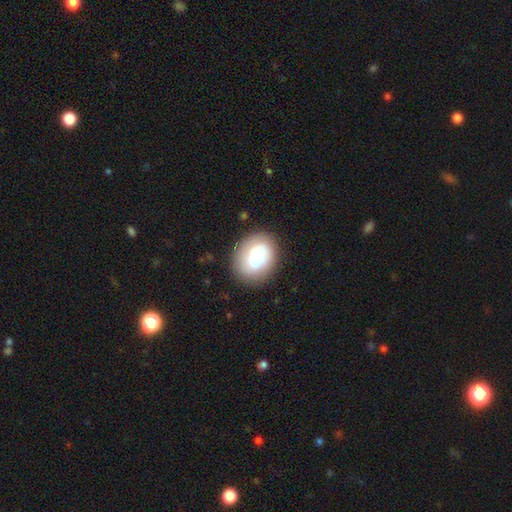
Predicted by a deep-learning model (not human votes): This is likely a smooth galaxy (66%). How rounded: possibly round (52%). Merging: likely none (70%).